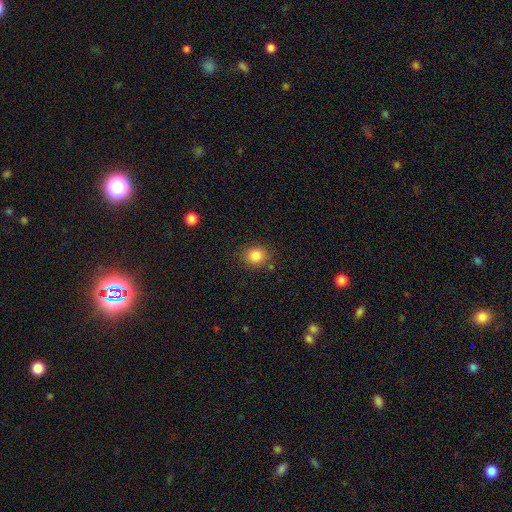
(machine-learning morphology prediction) Smooth or featured?
  - smooth: 84% *
  - star or artifact: 10%
  - featured or disk: 5%
How rounded?
  - round: 76% *
  - in between: 23%
  - cigar-shaped: 1%
Merging?
  - none: 83% *
  - minor disturbance: 11%
  - major disturbance: 3%
  - merger: 3%